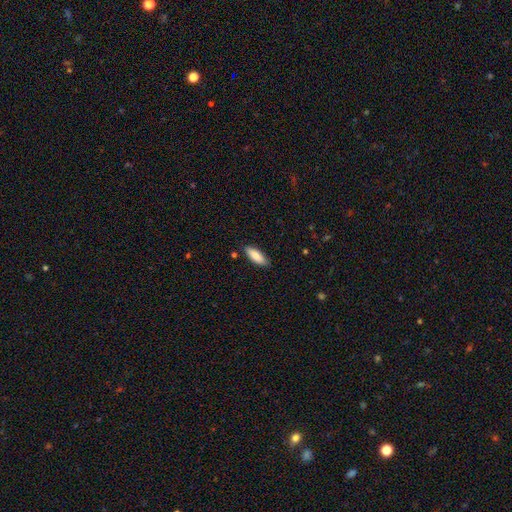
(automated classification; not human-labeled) smooth_or_featured: smooth (p=0.85) [alt: featured or disk p=0.09]
how_rounded: in between (p=0.68) [alt: cigar-shaped p=0.31]
merging: none (p=0.85) [alt: minor disturbance p=0.11]